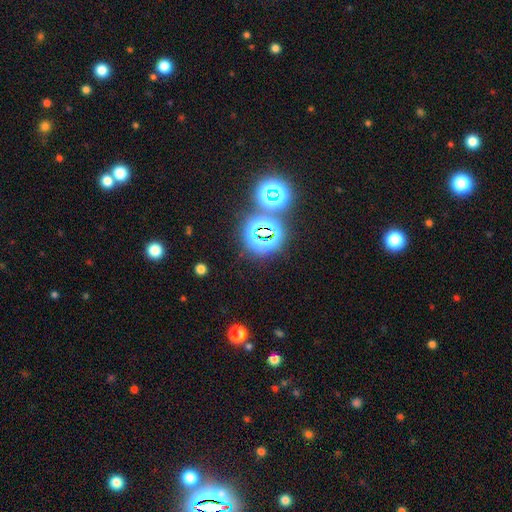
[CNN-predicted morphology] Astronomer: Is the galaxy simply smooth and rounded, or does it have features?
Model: star or artifact — 79%.